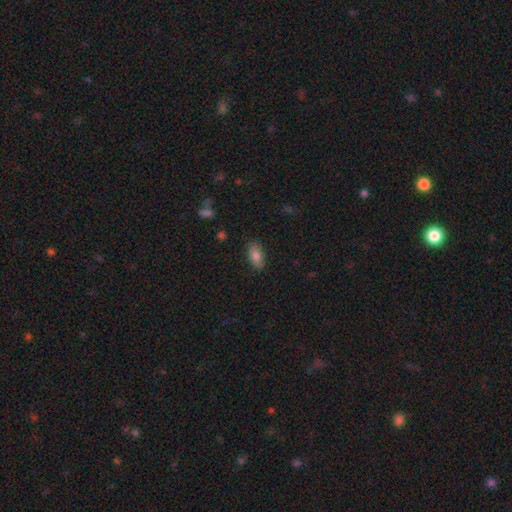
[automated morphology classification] This appears to be a smooth galaxy with no disk features (81%) that is in between round and cigar-shaped (91%). Merging: none (85%).